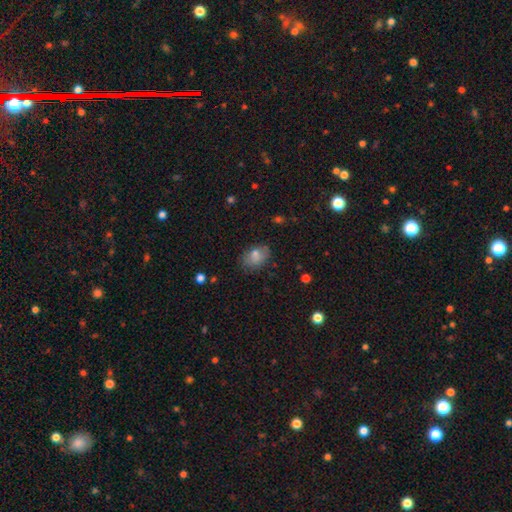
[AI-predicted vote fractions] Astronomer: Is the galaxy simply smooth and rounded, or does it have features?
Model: smooth — 77%.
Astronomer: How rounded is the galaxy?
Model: in between — 78%.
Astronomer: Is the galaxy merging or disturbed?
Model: none — 70%.